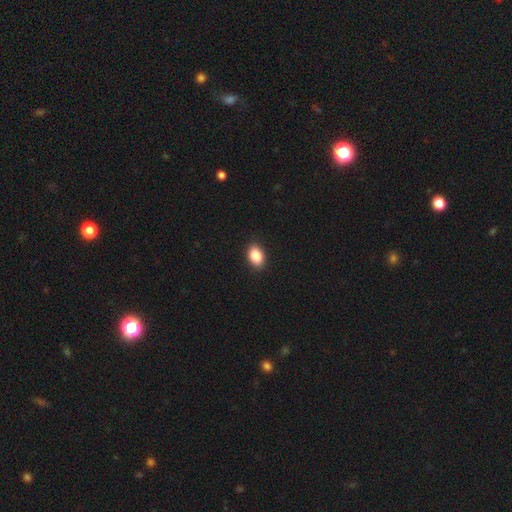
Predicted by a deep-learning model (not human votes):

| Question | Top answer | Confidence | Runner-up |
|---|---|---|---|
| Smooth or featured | smooth | 88% | star or artifact (8%) |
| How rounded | in between | 87% | round (12%) |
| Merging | none | 89% | minor disturbance (8%) |